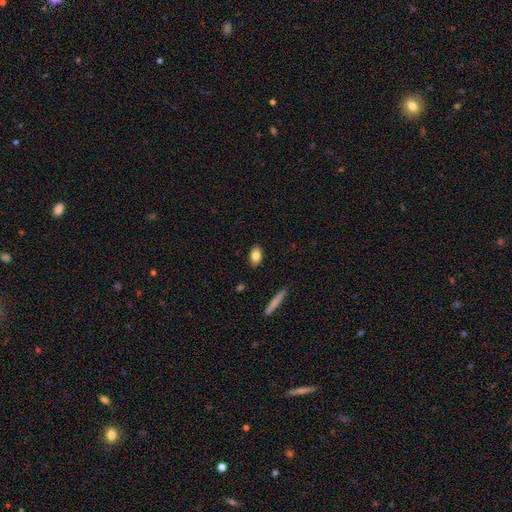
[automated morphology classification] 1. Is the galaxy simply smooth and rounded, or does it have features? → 81% smooth, 11% featured or disk, 8% star or artifact.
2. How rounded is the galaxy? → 85% in between, 10% round, 5% cigar-shaped.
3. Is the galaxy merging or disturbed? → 88% none, 9% minor disturbance, 2% major disturbance, 1% merger.